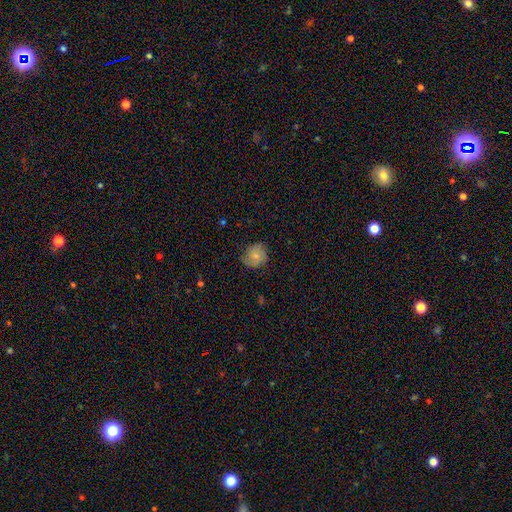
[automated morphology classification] Smooth or featured?
  - smooth: 69% *
  - featured or disk: 22%
  - star or artifact: 8%
How rounded?
  - round: 80% *
  - in between: 19%
  - cigar-shaped: 1%
Merging?
  - none: 73% *
  - minor disturbance: 21%
  - major disturbance: 5%
  - merger: 1%